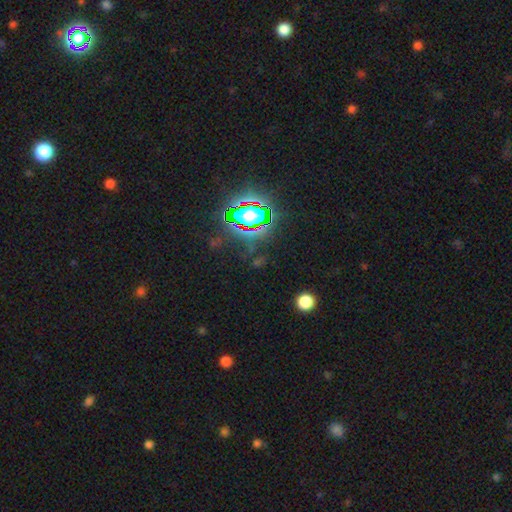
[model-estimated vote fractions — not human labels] Overall: star or artifact (80%).